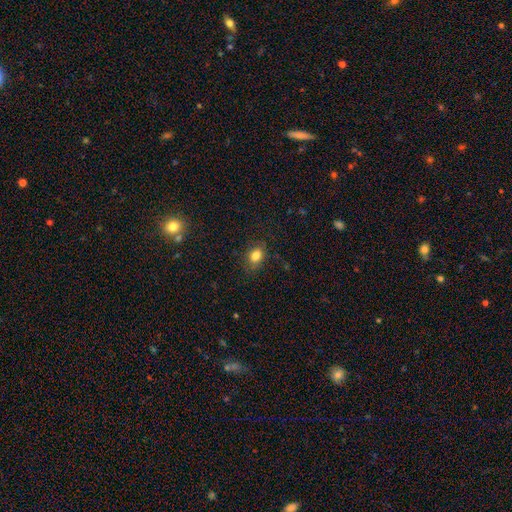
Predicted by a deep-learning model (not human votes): This is clearly a smooth galaxy (82%). How rounded: likely in between (70%). Merging: likely none (80%).